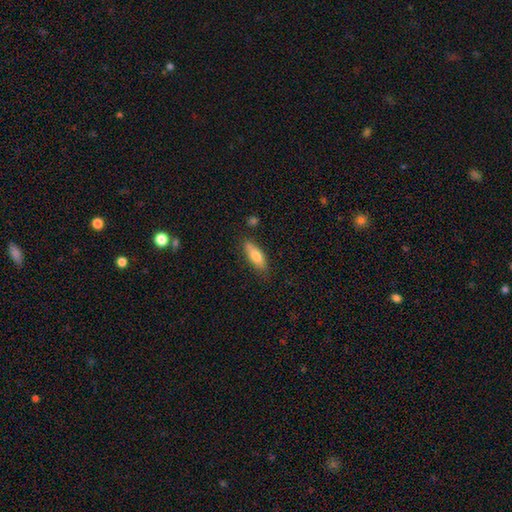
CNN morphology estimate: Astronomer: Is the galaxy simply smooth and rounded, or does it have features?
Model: smooth — 75%.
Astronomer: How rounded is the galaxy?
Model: in between — 62%.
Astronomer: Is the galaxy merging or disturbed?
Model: none — 73%.